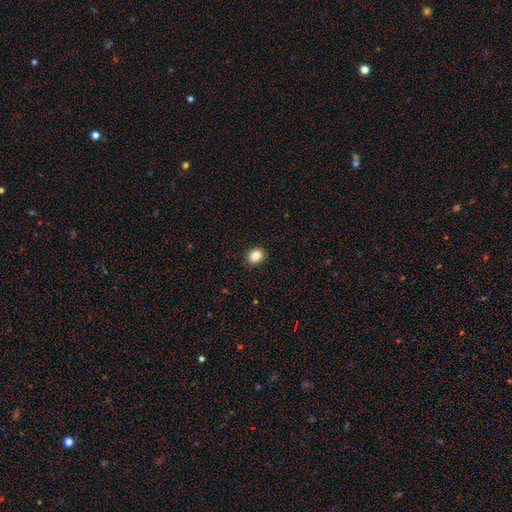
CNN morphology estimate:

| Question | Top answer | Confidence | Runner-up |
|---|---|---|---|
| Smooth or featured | smooth | 87% | star or artifact (9%) |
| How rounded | round | 54% | in between (45%) |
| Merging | none | 89% | minor disturbance (8%) |